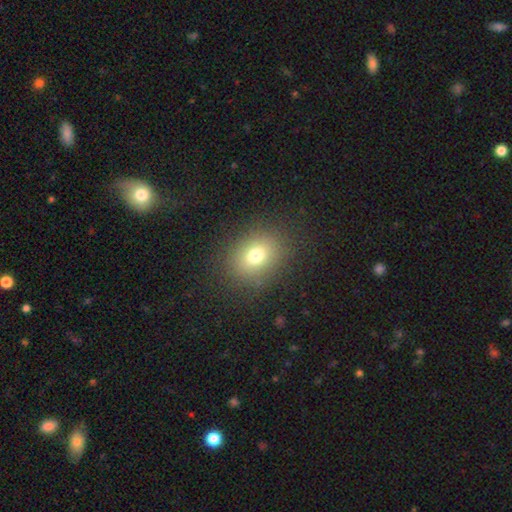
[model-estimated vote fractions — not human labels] The model was most divided on "how rounded": round: 53%, in between: 46%, cigar-shaped: 1%. More confident: merging — none (84%); smooth or featured — smooth (74%).